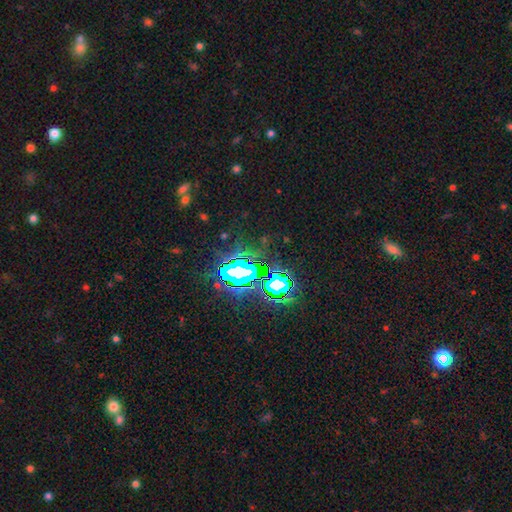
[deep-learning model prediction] The model was most divided on "smooth or featured": star or artifact: 80%, smooth: 13%, featured or disk: 8%.